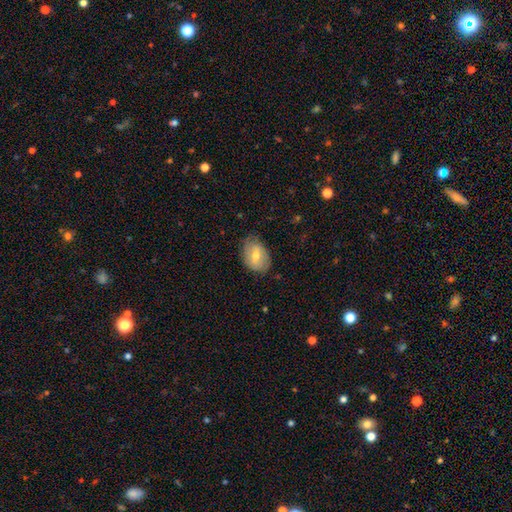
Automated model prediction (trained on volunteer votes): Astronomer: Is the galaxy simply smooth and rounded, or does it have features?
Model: smooth — 58% (runner-up: featured or disk, 34%).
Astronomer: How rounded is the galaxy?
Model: in between — 80%.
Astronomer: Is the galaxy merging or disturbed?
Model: none — 73%.